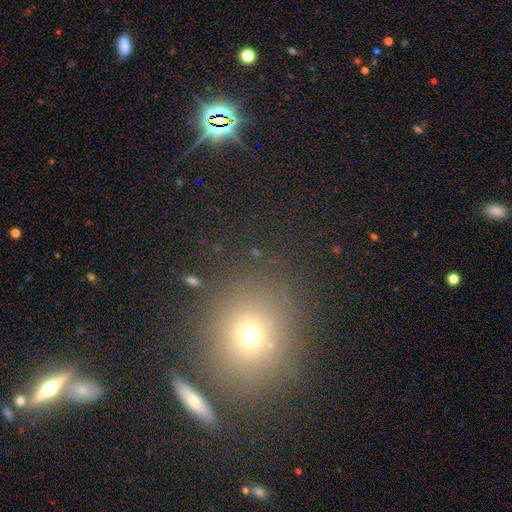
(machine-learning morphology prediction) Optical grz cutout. It shows a smooth galaxy with no disk features (52%) that is round (78%). Merging: none (82%).